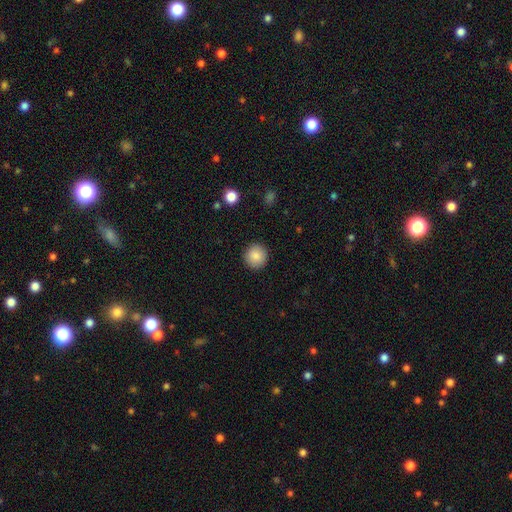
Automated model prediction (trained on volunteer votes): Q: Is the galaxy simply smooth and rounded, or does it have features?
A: smooth — 87%.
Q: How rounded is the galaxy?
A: round — 94%.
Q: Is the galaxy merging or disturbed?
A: none — 91%.